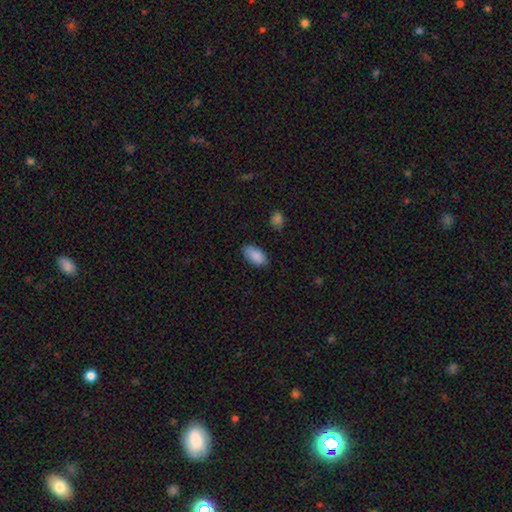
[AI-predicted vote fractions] Smooth or featured: smooth — 88% (star or artifact — 7%)
How rounded: in between — 94% (cigar-shaped — 3%)
Merging: none — 81% (minor disturbance — 15%)